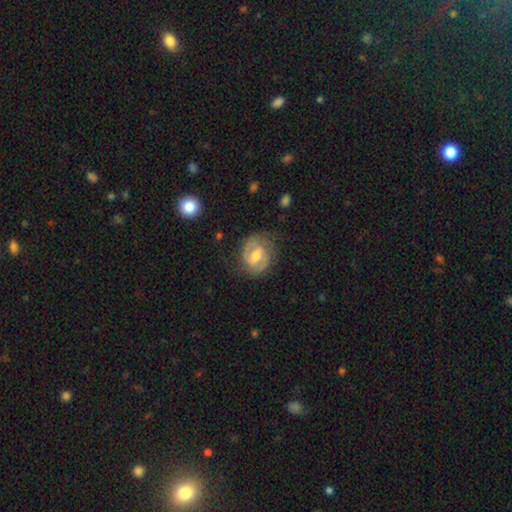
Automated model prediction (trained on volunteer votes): A featured or disk galaxy (75%) with a weak bar (52%), 2 (83%) medium (44%) spiral arms (86%) and a moderate central bulge (64%).

Vote fractions:
- Smooth or featured? featured or disk: 75% / smooth: 19% / star or artifact: 6%
- Edge-on disk? no: 97% / yes: 3%
- Bar? weak: 52% / strong: 33% / no: 15%
- Spiral arms? yes: 86% / no: 14%
- Spiral winding? medium: 44% / tight: 42% / loose: 14%
- Spiral arm count? 2: 83% / can't tell: 10% / 1: 4% / 3: 2% / 4: 1% / more than 4: 1%
- Bulge size? moderate: 64% / small: 18% / large: 13% / none: 3% / dominant: 1%
- Merging? none: 72% / minor disturbance: 18% / major disturbance: 9% / merger: 1%